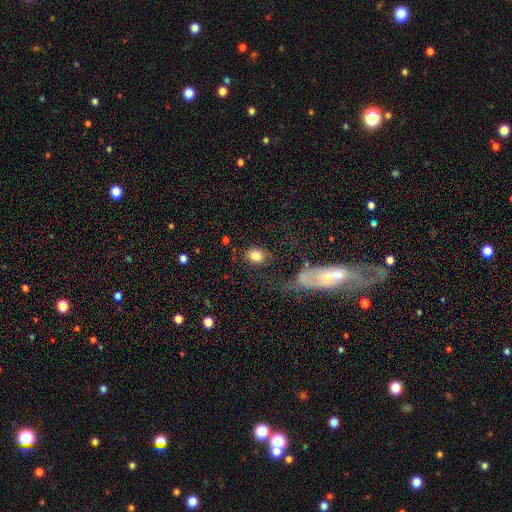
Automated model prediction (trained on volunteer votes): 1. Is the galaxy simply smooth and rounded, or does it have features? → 82% smooth, 9% featured or disk, 9% star or artifact.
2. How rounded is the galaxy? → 60% round, 38% in between, 2% cigar-shaped.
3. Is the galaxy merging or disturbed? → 72% none, 13% minor disturbance, 9% major disturbance, 6% merger.